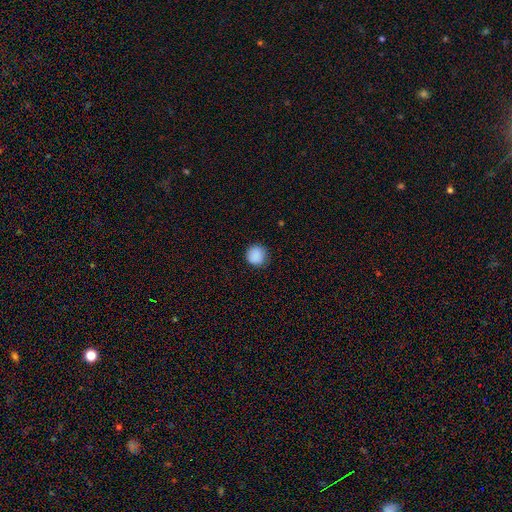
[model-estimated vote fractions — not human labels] The model was most divided on "merging": none: 85%, minor disturbance: 11%, major disturbance: 3%, merger: 1%. More confident: how rounded — round (94%); smooth or featured — smooth (89%).